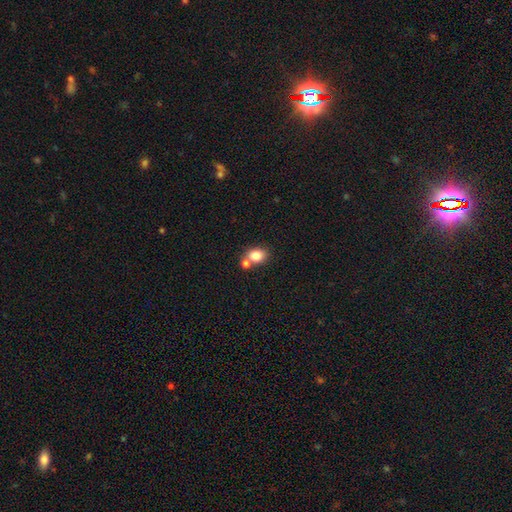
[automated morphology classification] Q: Smooth or featured?
A: smooth (81%); runner-up: star or artifact (10%)
Q: How rounded?
A: in between (54%); runner-up: round (45%)
Q: Merging?
A: none (56%); runner-up: merger (31%)